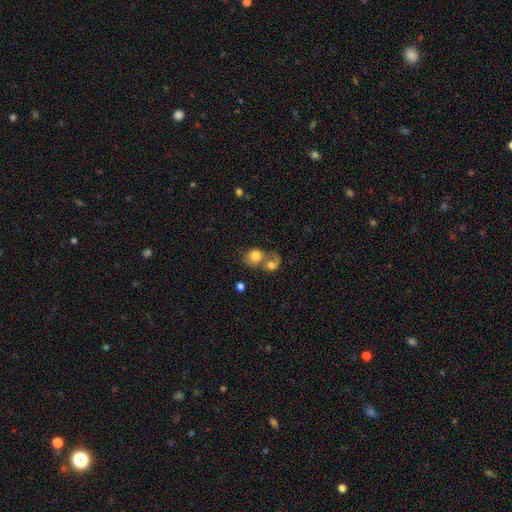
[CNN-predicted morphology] This is likely a smooth galaxy (76%). How rounded: likely round (67%). Merging: likely merger (66%).